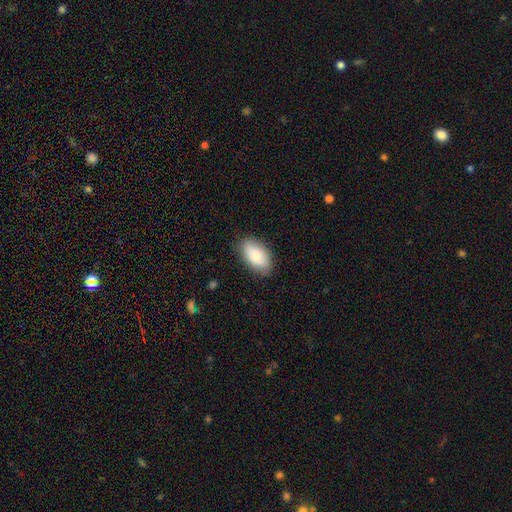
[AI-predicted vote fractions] This appears to be a smooth galaxy with no disk features (80%) that is in between round and cigar-shaped (93%). Merging: none (82%).